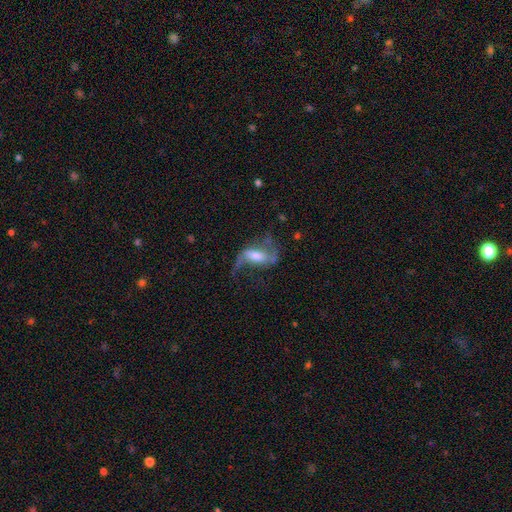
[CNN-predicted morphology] The model was most divided on "bar": weak: 42%, strong: 33%, no: 25%. Remaining: edge-on disk — no (91%); spiral arms — yes (88%); spiral winding — loose (77%); spiral arm count — 2 (76%); smooth or featured — featured or disk (72%); bulge size — moderate (47%); merging — none (46%).